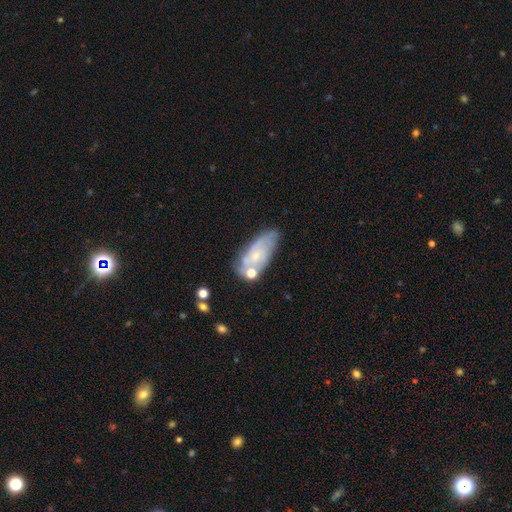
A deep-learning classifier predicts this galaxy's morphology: Smooth or featured?
  - featured or disk: 59% *
  - smooth: 33%
  - star or artifact: 8%
Edge-on disk?
  - no: 92% *
  - yes: 8%
Bar?
  - no: 76% *
  - weak: 21%
  - strong: 3%
Spiral arms?
  - yes: 72% *
  - no: 28%
Bulge size?
  - small: 72% *
  - moderate: 17%
  - none: 8%
  - large: 1%
  - dominant: 1%
Merging?
  - none: 49% *
  - minor disturbance: 25%
  - merger: 15%
  - major disturbance: 11%